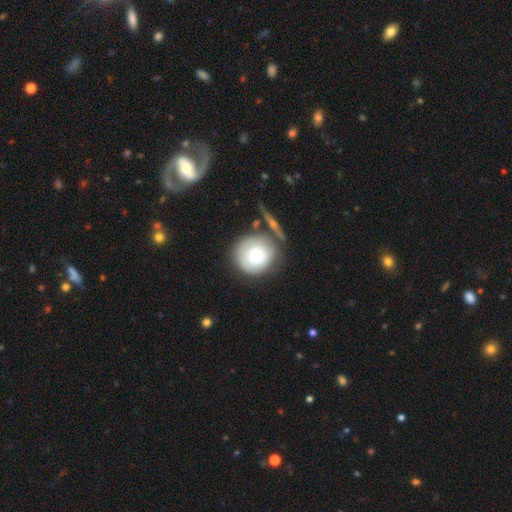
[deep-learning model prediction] Overall: smooth (68%). How rounded: round (89%). Merging: none (62%).